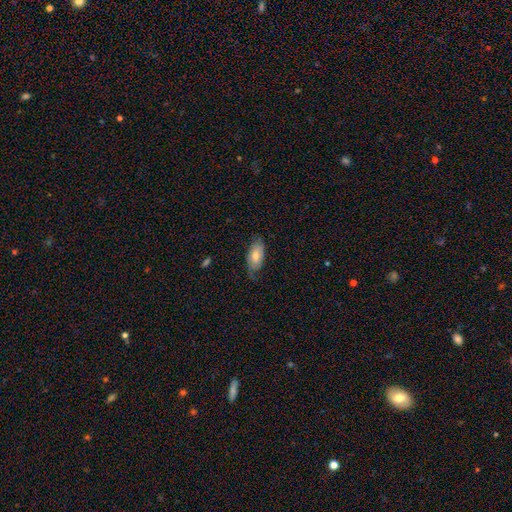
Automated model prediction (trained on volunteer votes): smooth-or-featured: smooth: 64% | featured or disk: 29% | star or artifact: 6%
  how-rounded: in between: 91% | cigar-shaped: 6% | round: 3%
  merging: none: 61% | minor disturbance: 29% | major disturbance: 9% | merger: 1%